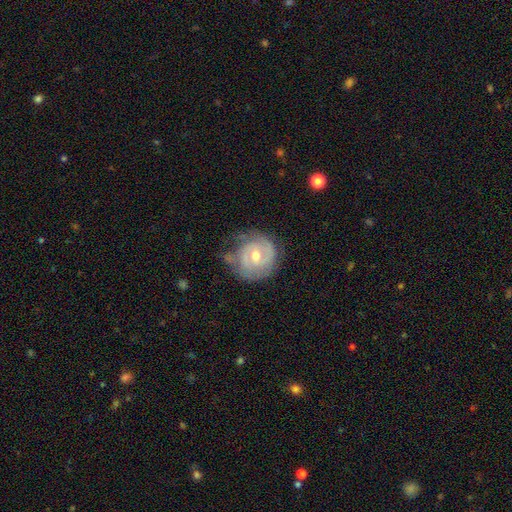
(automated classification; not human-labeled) Q: Smooth or featured?
A: featured or disk (71%); runner-up: smooth (22%)
Q: Edge-on disk?
A: no (97%); runner-up: yes (3%)
Q: Bar?
A: no (55%); runner-up: weak (37%)
Q: Spiral arms?
A: yes (82%); runner-up: no (18%)
Q: Spiral winding?
A: tight (60%); runner-up: medium (29%)
Q: Spiral arm count?
A: 2 (47%); runner-up: can't tell (30%)
Q: Bulge size?
A: moderate (68%); runner-up: small (27%)
Q: Merging?
A: none (57%); runner-up: minor disturbance (27%)